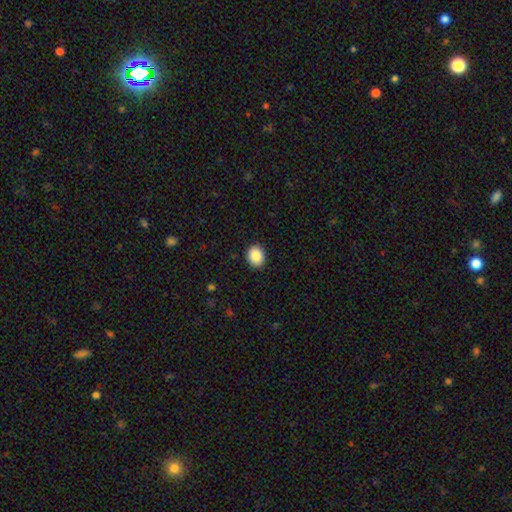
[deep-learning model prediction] Overall: smooth (88%). How rounded: round (51%; in between 48%). Merging: none (90%).